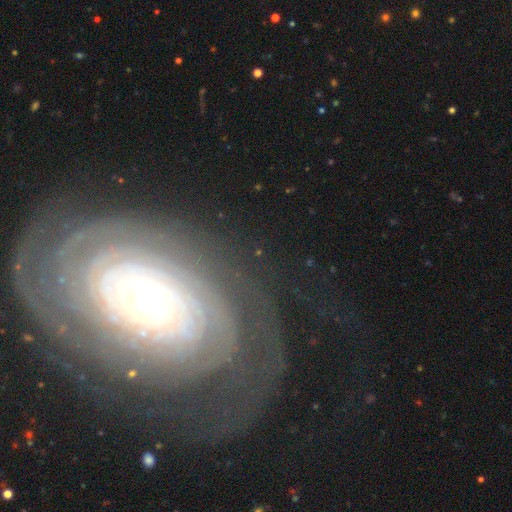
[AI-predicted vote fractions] Q: Smooth or featured?
A: featured or disk (85%); runner-up: smooth (8%)
Q: Edge-on disk?
A: no (95%); runner-up: yes (5%)
Q: Bar?
A: no (77%); runner-up: weak (14%)
Q: Spiral arms?
A: yes (94%); runner-up: no (6%)
Q: Spiral winding?
A: tight (84%); runner-up: medium (12%)
Q: Spiral arm count?
A: can't tell (36%); runner-up: more than 4 (19%)
Q: Bulge size?
A: moderate (45%); tied with: small (45%)
Q: Merging?
A: none (74%); runner-up: minor disturbance (14%)